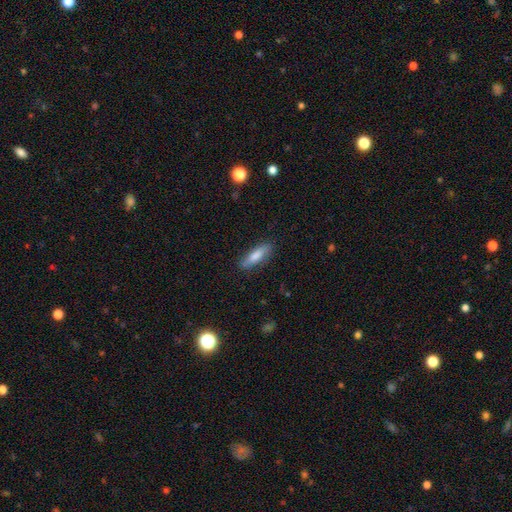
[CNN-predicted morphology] Smooth or featured? Predicted: smooth (p=0.69). How rounded? Predicted: cigar-shaped (p=0.62). Merging? Predicted: none (p=0.85).